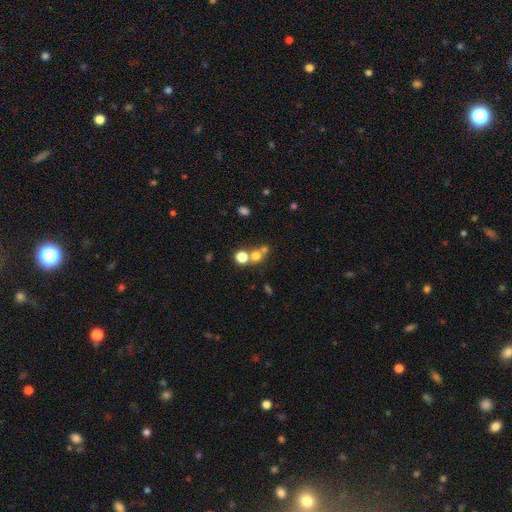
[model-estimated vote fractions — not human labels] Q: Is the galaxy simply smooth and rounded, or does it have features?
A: smooth — 67%.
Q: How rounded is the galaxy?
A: round — 83%.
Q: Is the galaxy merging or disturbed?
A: none — 46%.